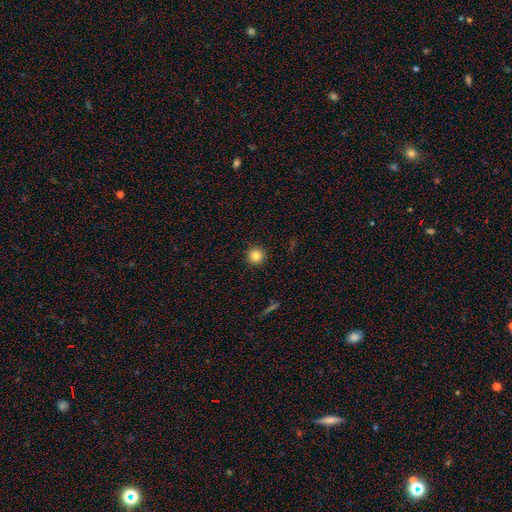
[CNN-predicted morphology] The model was most divided on "smooth or featured": smooth: 84%, star or artifact: 11%, featured or disk: 6%. More confident: how rounded — round (95%); merging — none (93%).